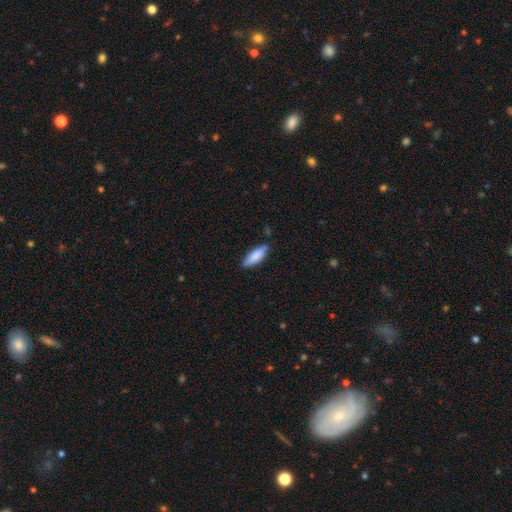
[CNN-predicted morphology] This is clearly a smooth galaxy (83%). How rounded: possibly in between (57%). Merging: likely none (79%).